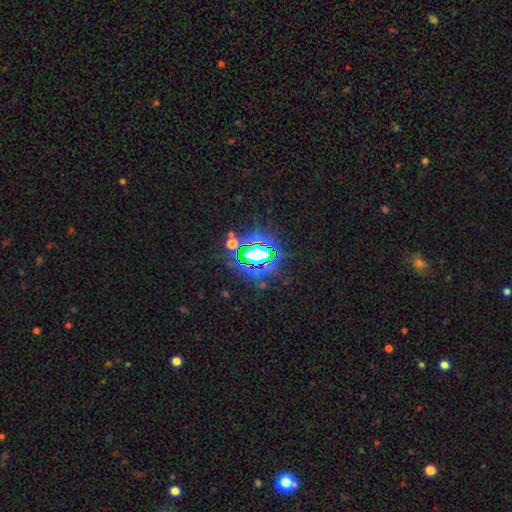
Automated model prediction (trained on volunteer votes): Overall: star or artifact (74%).